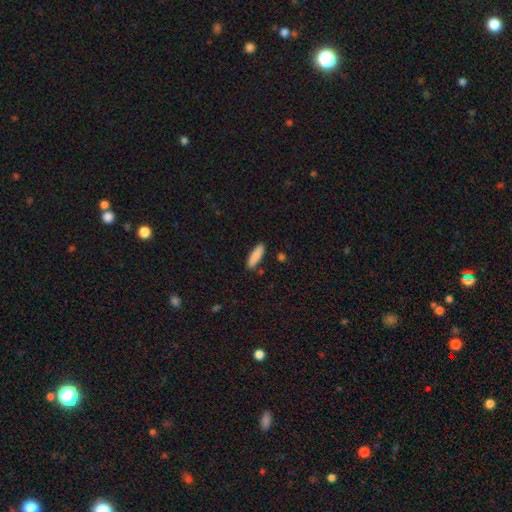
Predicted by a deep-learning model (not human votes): smooth_or_featured: smooth (p=0.88) [alt: featured or disk p=0.06]
how_rounded: cigar-shaped (p=0.56) [alt: in between p=0.43]
merging: none (p=0.86) [alt: minor disturbance p=0.10]